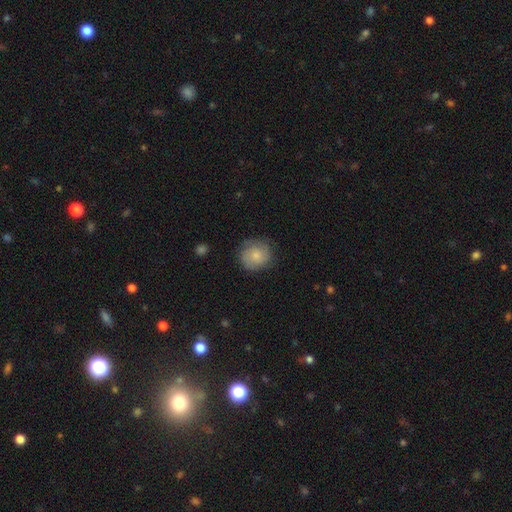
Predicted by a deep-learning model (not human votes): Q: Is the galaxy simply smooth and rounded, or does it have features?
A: smooth — 70%.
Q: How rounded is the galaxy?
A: round — 85%.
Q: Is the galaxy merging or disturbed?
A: none — 76%.